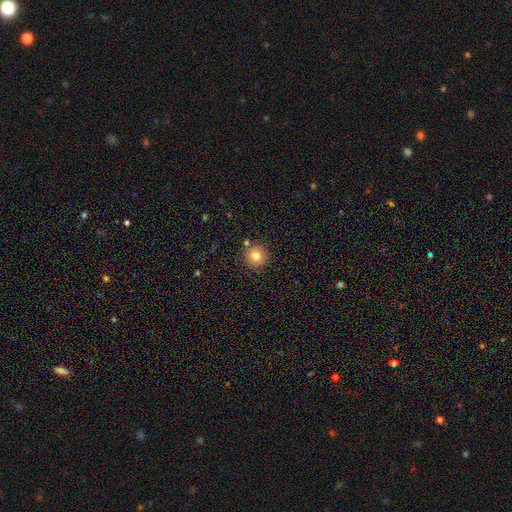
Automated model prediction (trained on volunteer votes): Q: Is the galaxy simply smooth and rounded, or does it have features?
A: smooth — 79%.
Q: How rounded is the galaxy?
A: round — 93%.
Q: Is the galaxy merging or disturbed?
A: none — 82%.